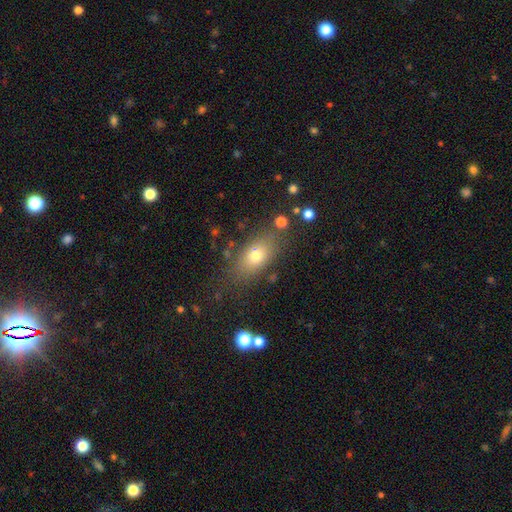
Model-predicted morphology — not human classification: smooth_or_featured: smooth (p=0.71) [alt: featured or disk p=0.17]
how_rounded: in between (p=0.80) [alt: round p=0.14]
merging: none (p=0.77) [alt: minor disturbance p=0.14]